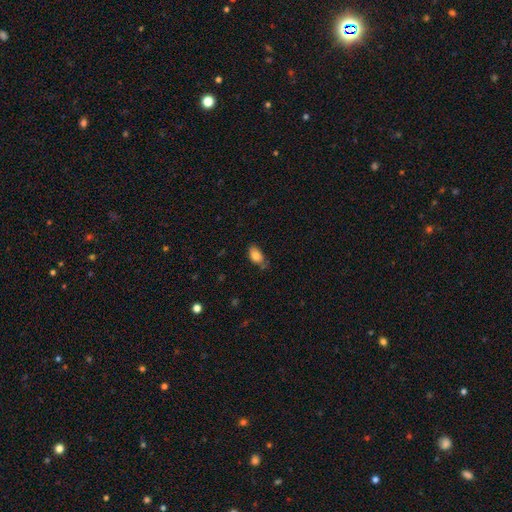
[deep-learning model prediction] Smooth or featured: smooth — 82% (featured or disk — 9%)
How rounded: in between — 89% (round — 9%)
Merging: none — 60% (minor disturbance — 29%)